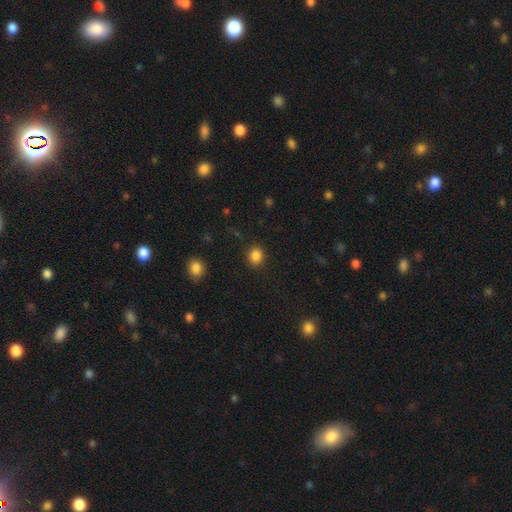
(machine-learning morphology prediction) Smooth or featured: smooth — 86% (star or artifact — 10%)
How rounded: round — 60% (in between — 39%)
Merging: none — 88% (minor disturbance — 8%)